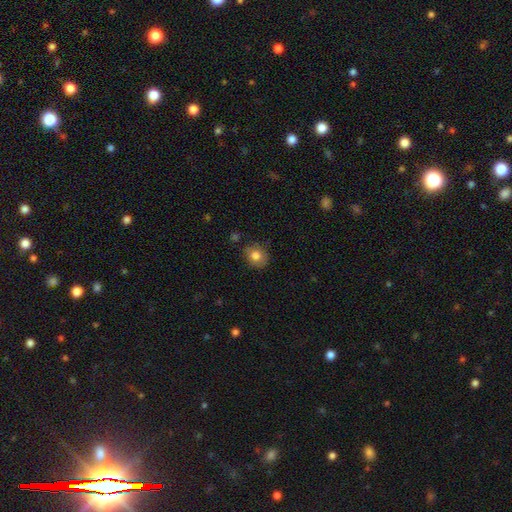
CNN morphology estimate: type=smooth (80%); roundness=round (65%); merging=none (81%).